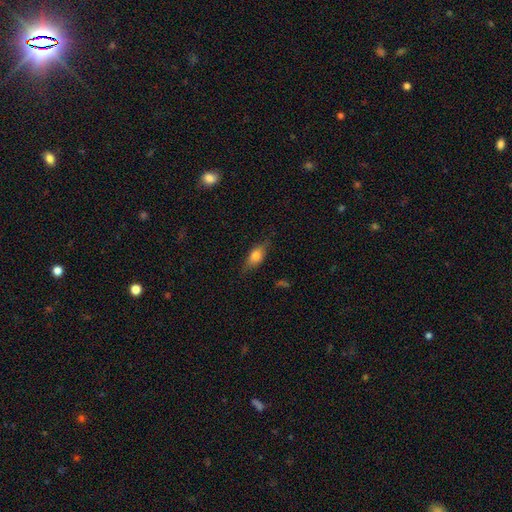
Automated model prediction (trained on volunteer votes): Overall: smooth (61%; featured or disk 30%). How rounded: in between (73%). Merging: none (76%).